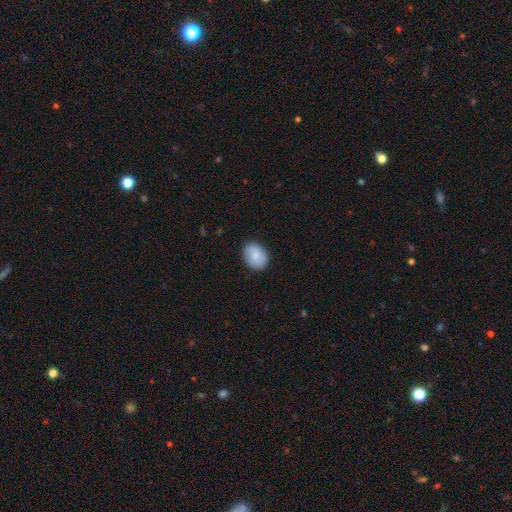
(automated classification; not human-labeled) Smooth or featured: smooth — 81% (featured or disk — 13%)
How rounded: in between — 64% (round — 35%)
Merging: none — 86% (minor disturbance — 11%)